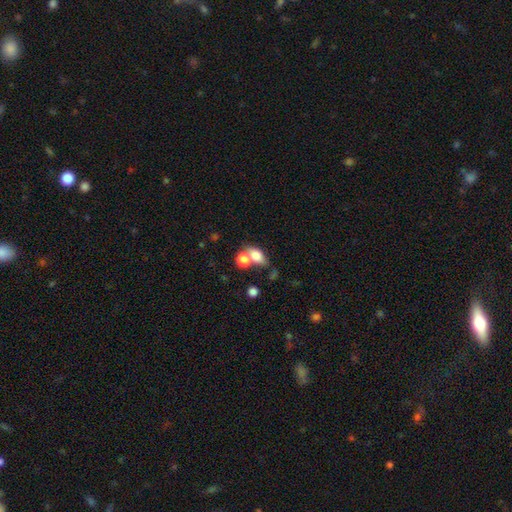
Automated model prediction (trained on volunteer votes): smooth 77%, featured or disk 13%, star or artifact 10%. Down the decision tree: how rounded — in between (73%); merging — merger (46%).